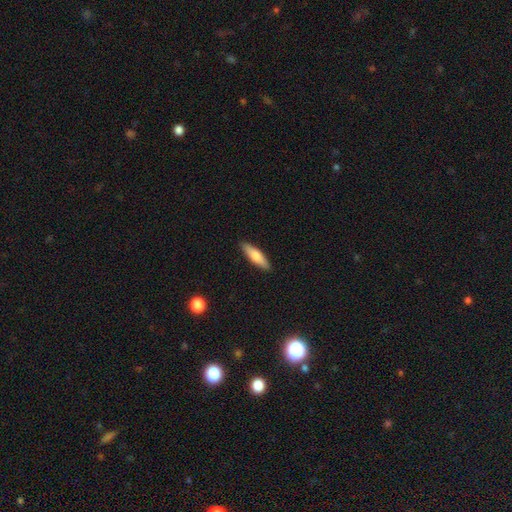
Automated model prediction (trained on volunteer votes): smooth 70%, featured or disk 25%, star or artifact 6%. Down the decision tree: how rounded — cigar-shaped (65%); merging — none (90%).